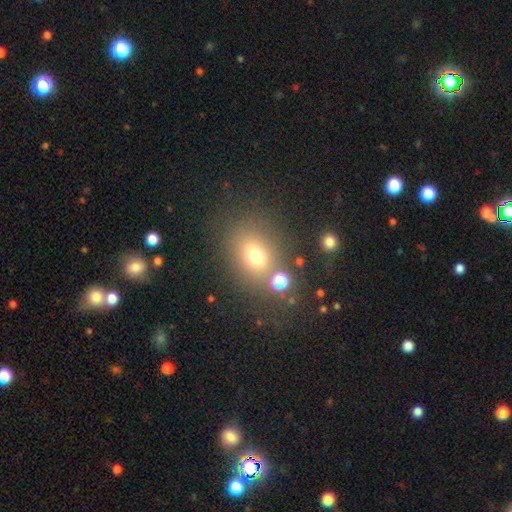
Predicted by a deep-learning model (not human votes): Overall: smooth (70%). How rounded: in between (54%; round 44%). Merging: none (70%).